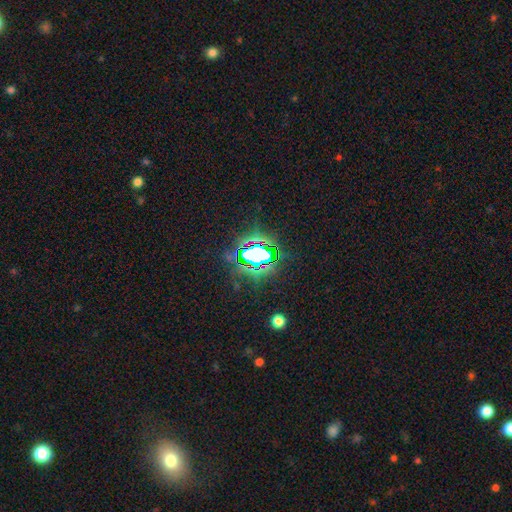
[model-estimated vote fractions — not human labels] smooth_or_featured: star or artifact (p=0.70) [alt: smooth p=0.18]